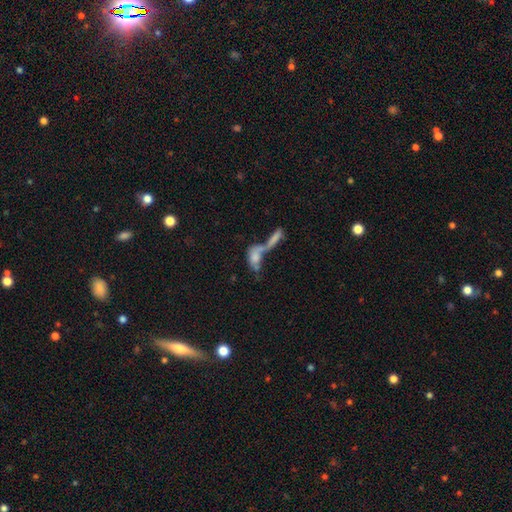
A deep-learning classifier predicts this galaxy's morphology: Smooth or featured: smooth — 64% (featured or disk — 26%)
How rounded: in between — 67% (cigar-shaped — 26%)
Merging: merger — 67% (none — 16%)